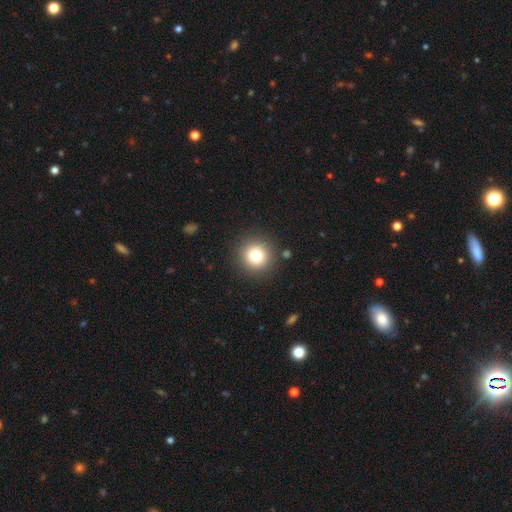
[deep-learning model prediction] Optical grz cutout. It shows a smooth galaxy with no disk features (80%) that is round (94%). Merging: none (90%).